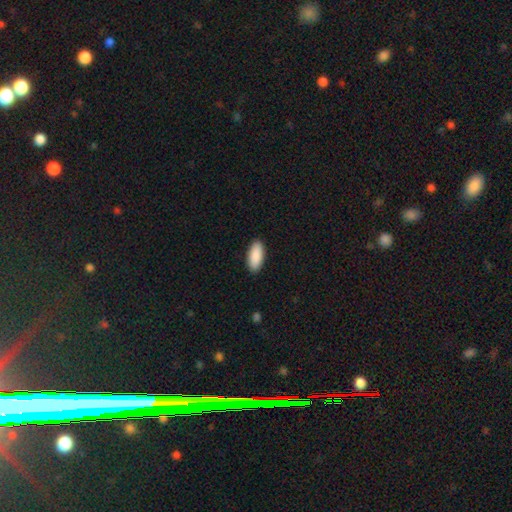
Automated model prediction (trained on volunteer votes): A smooth galaxy with no disk features (91%) that is in between round and cigar-shaped (88%).

Vote fractions:
- Smooth or featured? smooth: 91% / star or artifact: 5% / featured or disk: 4%
- How rounded? in between: 88% / cigar-shaped: 11% / round: 2%
- Merging? none: 90% / minor disturbance: 7% / major disturbance: 2% / merger: 1%